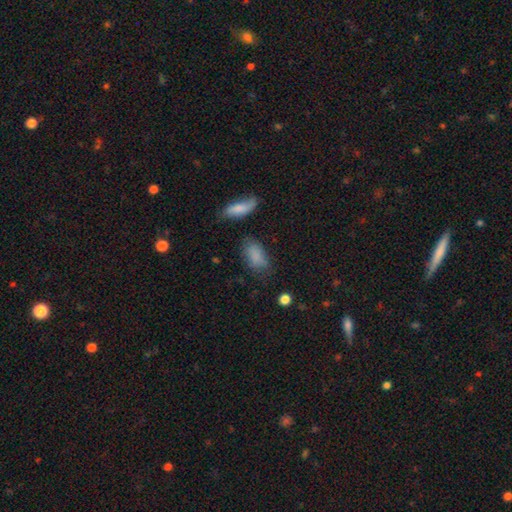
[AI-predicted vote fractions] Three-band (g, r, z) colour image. It shows a smooth galaxy with no disk features (82%) that is in between round and cigar-shaped (89%). Merging: none (56%).